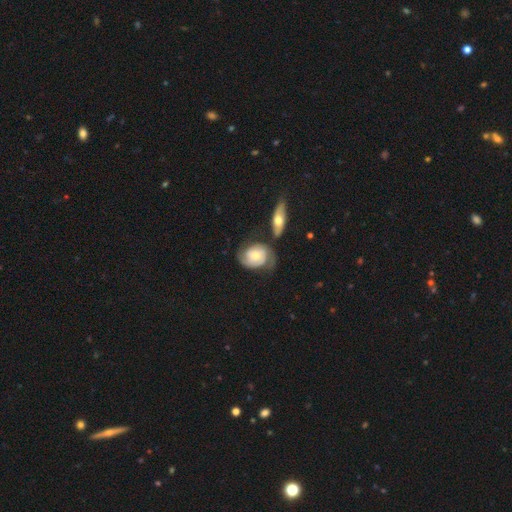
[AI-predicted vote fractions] Q: Smooth or featured?
A: featured or disk (67%); runner-up: smooth (27%)
Q: Edge-on disk?
A: no (96%); runner-up: yes (4%)
Q: Bar?
A: no (68%); runner-up: weak (26%)
Q: Spiral arms?
A: yes (90%); runner-up: no (10%)
Q: Spiral winding?
A: tight (48%); runner-up: medium (37%)
Q: Spiral arm count?
A: 2 (73%); runner-up: can't tell (14%)
Q: Bulge size?
A: moderate (47%); runner-up: small (40%)
Q: Merging?
A: none (47%); runner-up: minor disturbance (23%)